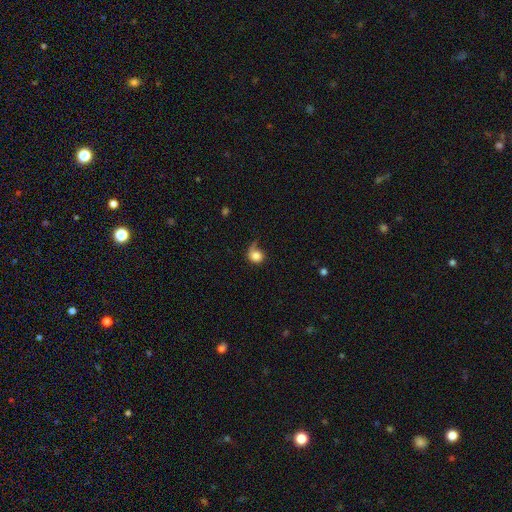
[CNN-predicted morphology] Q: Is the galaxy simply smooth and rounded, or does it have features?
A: smooth — 75%.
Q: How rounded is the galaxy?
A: round — 75%.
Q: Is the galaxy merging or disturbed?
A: none — 37%.